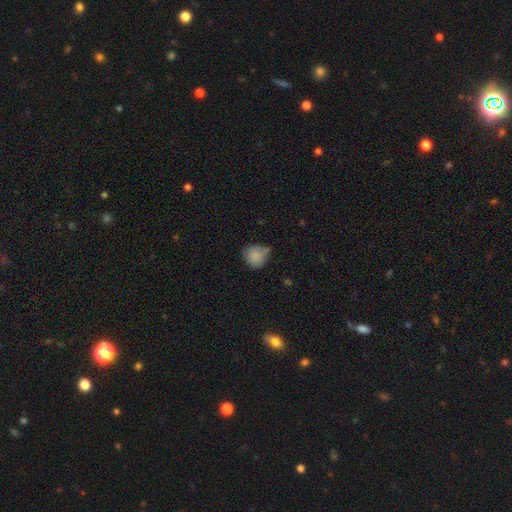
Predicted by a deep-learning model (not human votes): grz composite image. It shows a smooth galaxy with no disk features (83%) that is round (78%). Merging: none (47%).